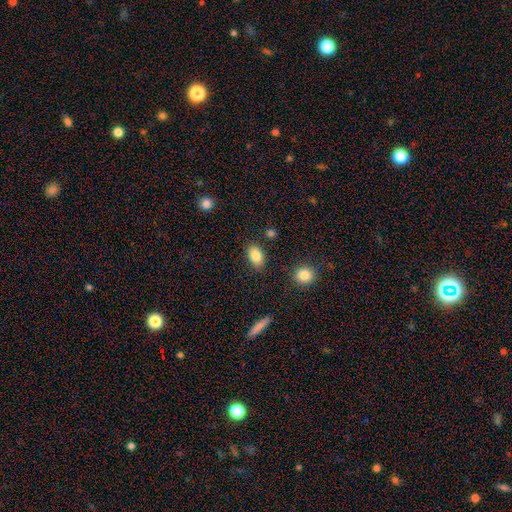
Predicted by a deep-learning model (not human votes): Smooth or featured? Predicted: smooth (p=0.85). How rounded? Predicted: in between (p=0.88). Merging? Predicted: none (p=0.84).